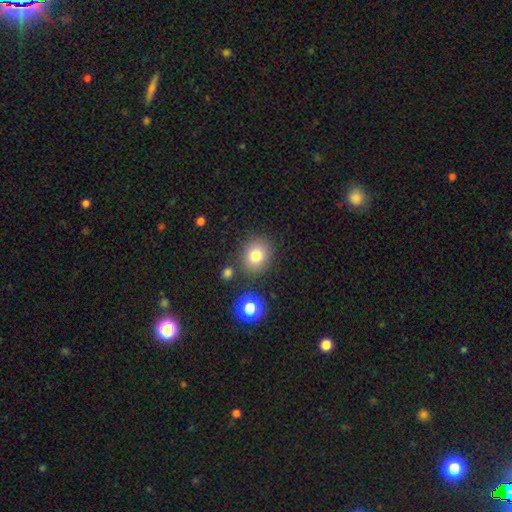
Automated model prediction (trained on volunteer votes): Morphology: type=smooth (80%); roundness=round (69%); merging=none (82%).